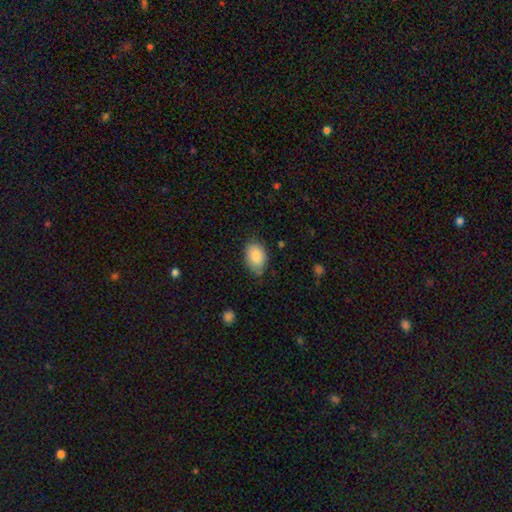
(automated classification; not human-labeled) Smooth or featured: smooth — 84% (featured or disk — 9%)
How rounded: in between — 84% (round — 15%)
Merging: none — 71% (minor disturbance — 23%)